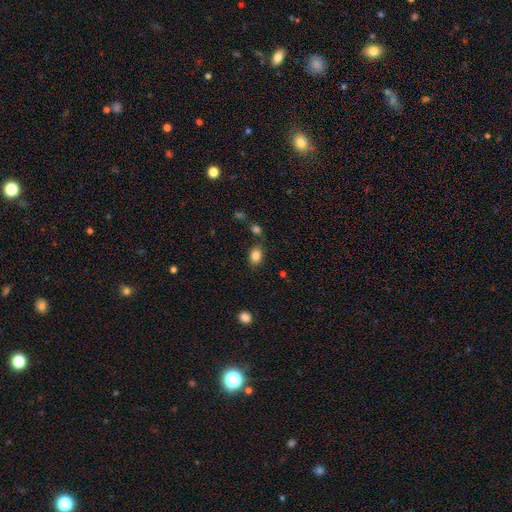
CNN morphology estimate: The model was most divided on "how rounded": in between: 77%, round: 22%, cigar-shaped: 1%. More confident: smooth or featured — smooth (85%); merging — none (78%).